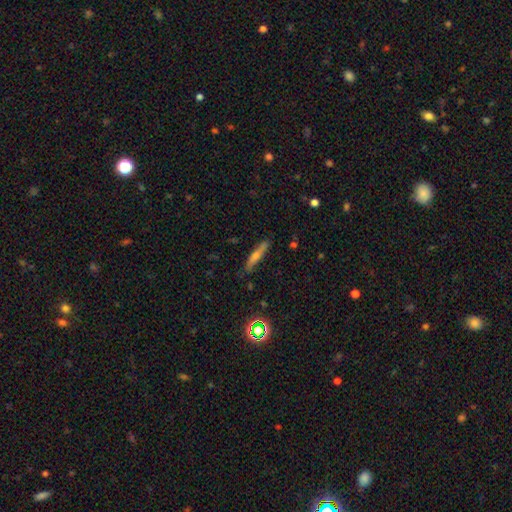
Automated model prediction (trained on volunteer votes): This appears to be a featured or disk galaxy (46%). Merging: none (84%).